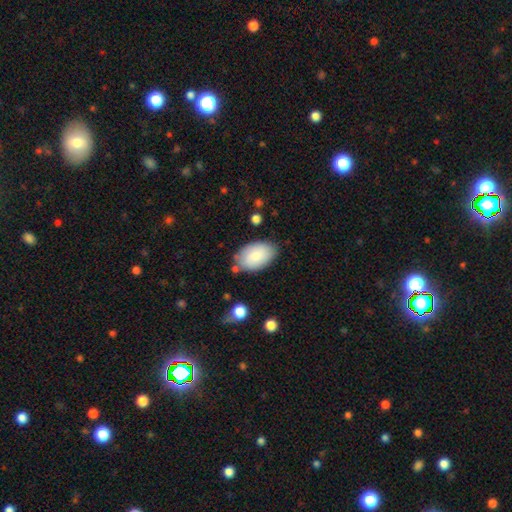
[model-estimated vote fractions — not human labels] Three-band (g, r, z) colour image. It shows a smooth galaxy with no disk features (85%) that is in between round and cigar-shaped (94%). Merging: none (78%).